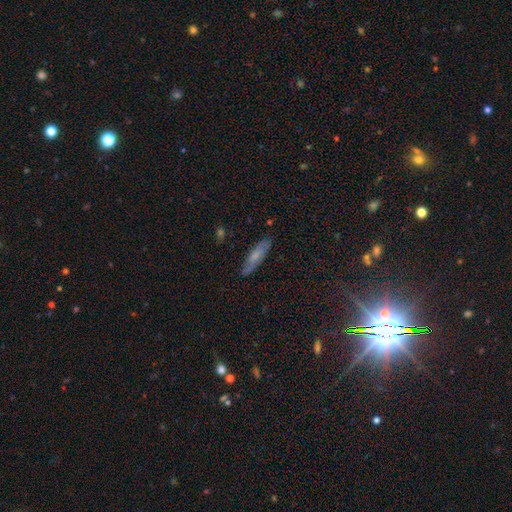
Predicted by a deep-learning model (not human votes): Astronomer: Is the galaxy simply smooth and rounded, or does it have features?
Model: smooth — 49% (runner-up: featured or disk, 42%).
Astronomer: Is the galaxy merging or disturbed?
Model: none — 81%.